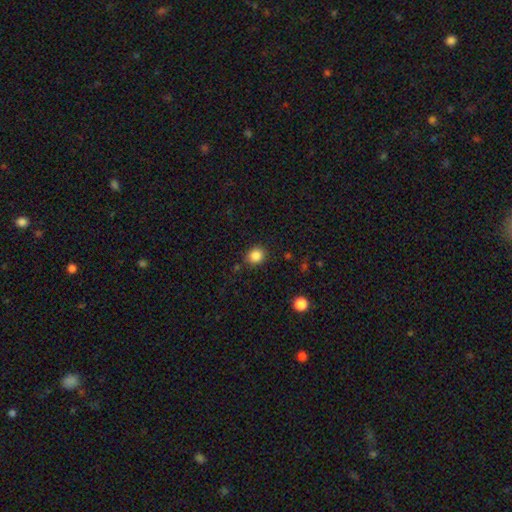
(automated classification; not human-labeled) smooth 86%, star or artifact 10%, featured or disk 4%. Down the decision tree: how rounded — round (78%); merging — none (86%).